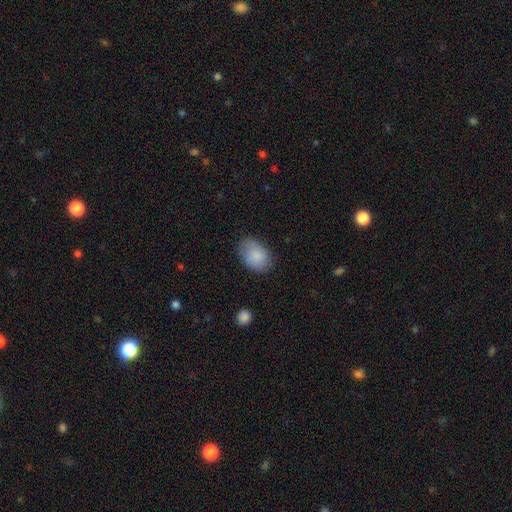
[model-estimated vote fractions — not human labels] Q: Smooth or featured?
A: smooth (86%); runner-up: featured or disk (7%)
Q: How rounded?
A: in between (81%); runner-up: round (18%)
Q: Merging?
A: none (76%); runner-up: minor disturbance (18%)